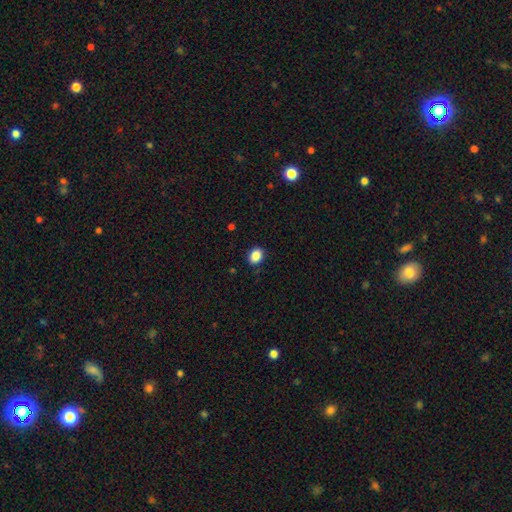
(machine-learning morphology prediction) smooth-or-featured: smooth: 87% | star or artifact: 9% | featured or disk: 4%
  how-rounded: in between: 56% | round: 43% | cigar-shaped: 1%
  merging: none: 86% | minor disturbance: 11% | major disturbance: 2% | merger: 1%